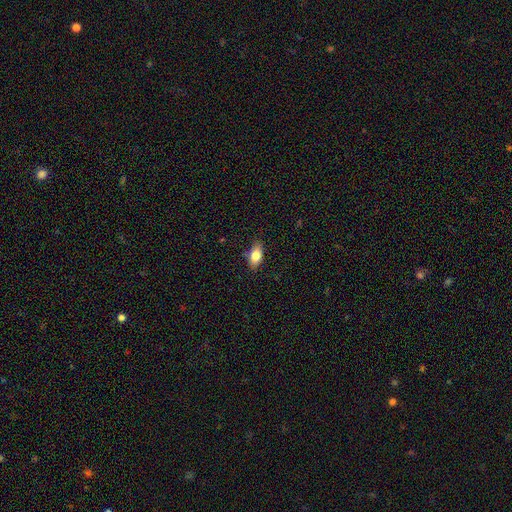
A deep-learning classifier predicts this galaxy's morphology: type=smooth (79%); roundness=in between (87%); merging=none (84%).